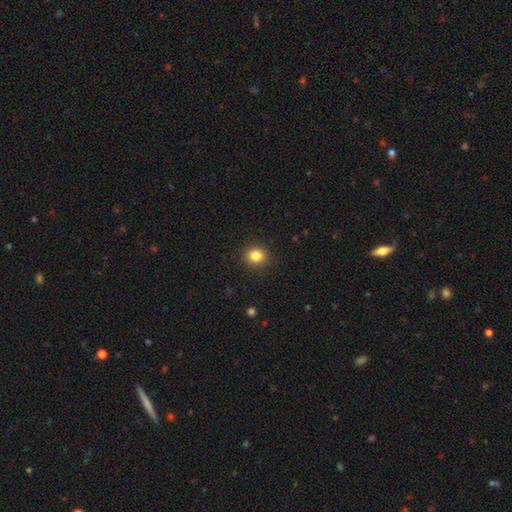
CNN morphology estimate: type=smooth (84%); roundness=round (81%); merging=none (90%).